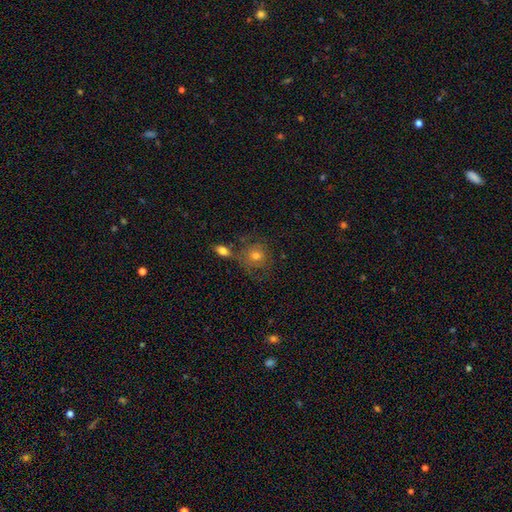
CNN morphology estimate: Q: Smooth or featured?
A: smooth (65%); runner-up: featured or disk (24%)
Q: How rounded?
A: round (82%); runner-up: in between (16%)
Q: Merging?
A: none (58%); runner-up: minor disturbance (17%)